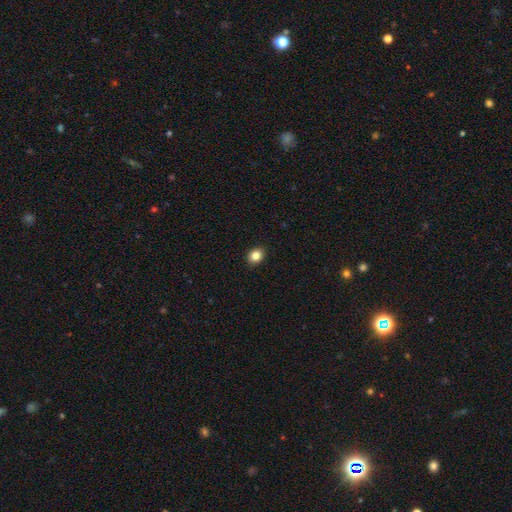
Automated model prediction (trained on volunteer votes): A smooth galaxy with no disk features (85%) that is round (50%, tied with in between).

Vote fractions:
- Smooth or featured? smooth: 85% / star or artifact: 10% / featured or disk: 5%
- How rounded? round: 50% (tied) / in between: 50% (tied) / cigar-shaped: 1%
- Merging? none: 90% / minor disturbance: 7% / major disturbance: 2% / merger: 1%